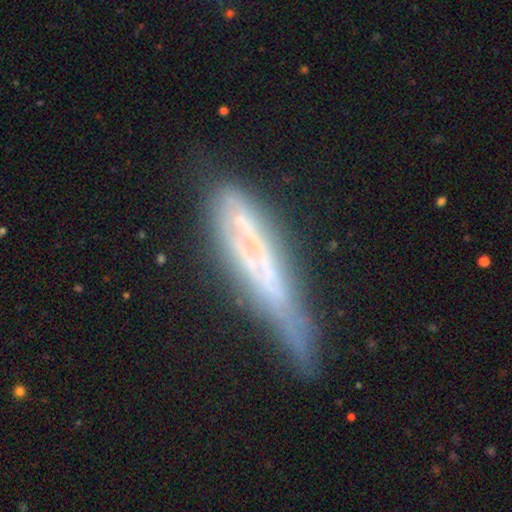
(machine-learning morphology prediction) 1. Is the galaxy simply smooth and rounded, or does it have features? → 63% featured or disk, 25% smooth, 12% star or artifact.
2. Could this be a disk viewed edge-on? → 76% yes, 24% no.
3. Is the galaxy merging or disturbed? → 52% none, 31% minor disturbance, 13% major disturbance, 4% merger.